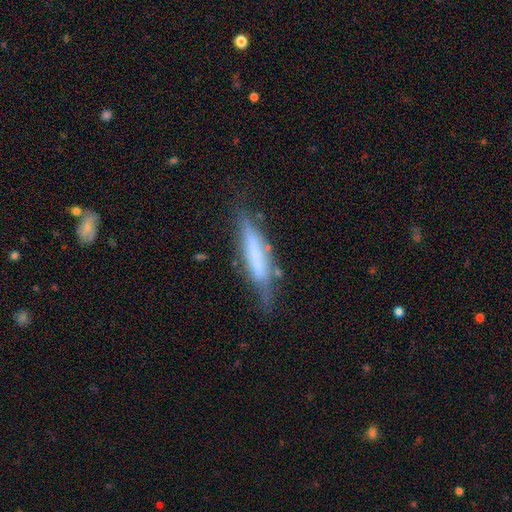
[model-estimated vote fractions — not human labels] Q: Smooth or featured?
A: featured or disk (50%); runner-up: smooth (43%)
Q: Merging?
A: none (60%); runner-up: minor disturbance (26%)